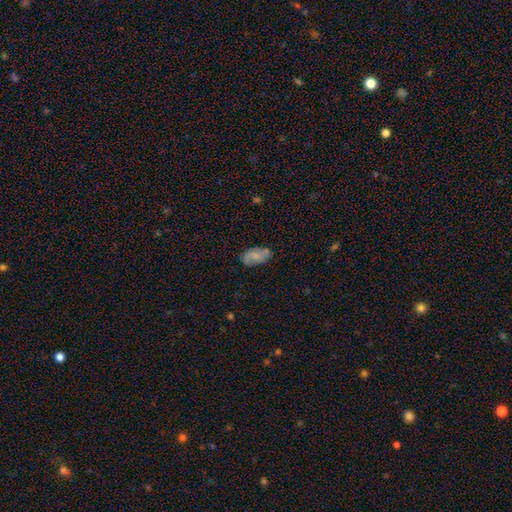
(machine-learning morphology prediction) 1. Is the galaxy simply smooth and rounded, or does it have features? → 58% smooth, 34% featured or disk, 8% star or artifact.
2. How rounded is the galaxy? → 93% in between, 4% round, 3% cigar-shaped.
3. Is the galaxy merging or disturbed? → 72% none, 21% minor disturbance, 5% major disturbance, 2% merger.